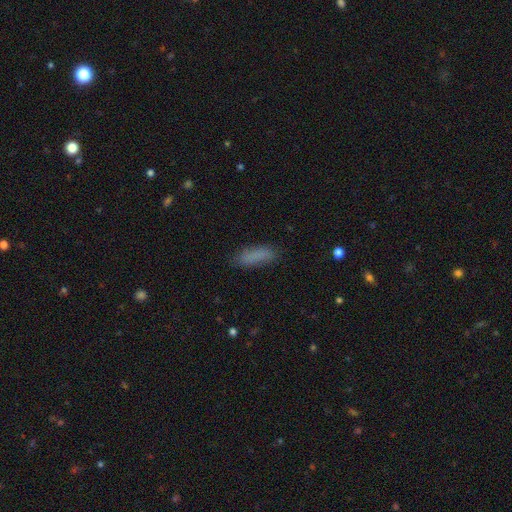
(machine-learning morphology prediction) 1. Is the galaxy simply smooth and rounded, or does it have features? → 82% smooth, 9% featured or disk, 9% star or artifact.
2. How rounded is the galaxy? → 54% cigar-shaped, 44% in between, 2% round.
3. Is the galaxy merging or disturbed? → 78% none, 16% minor disturbance, 4% major disturbance, 2% merger.